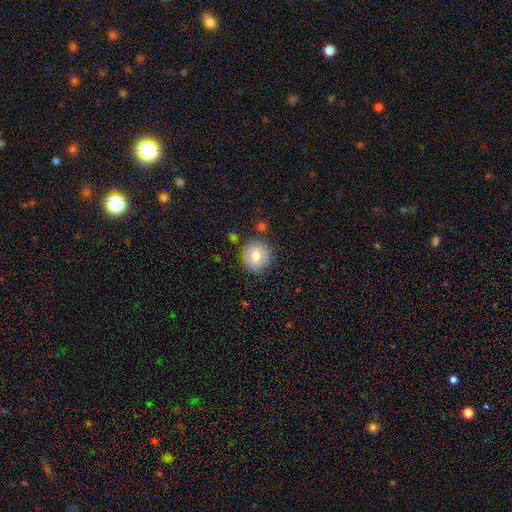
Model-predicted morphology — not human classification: This is likely a smooth galaxy (74%). How rounded: clearly round (86%). Merging: clearly none (81%).